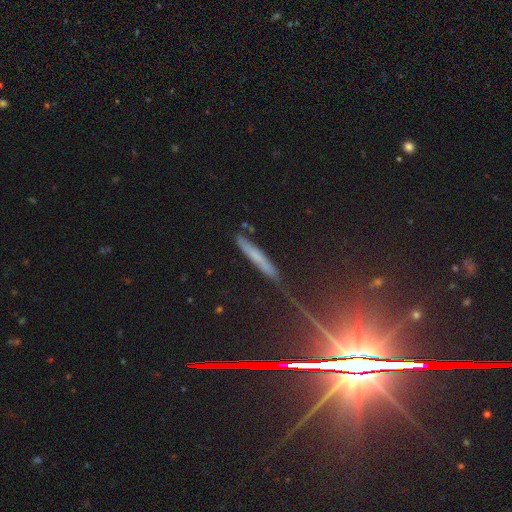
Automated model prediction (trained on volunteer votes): Smooth or featured? Predicted: smooth (p=0.40). Merging? Predicted: none (p=0.81).